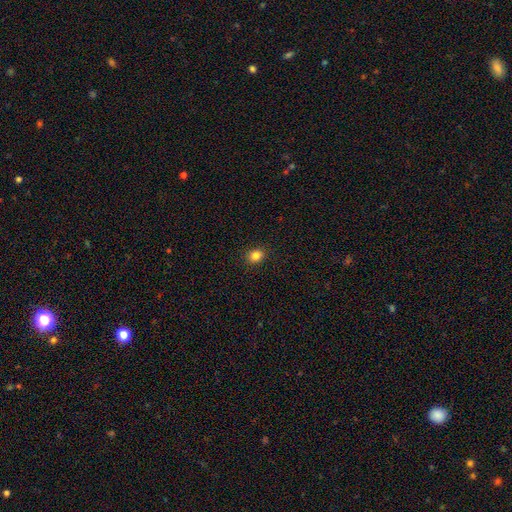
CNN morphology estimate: Smooth or featured? smooth (84%)
How rounded? round (64%)
Merging? none (90%)